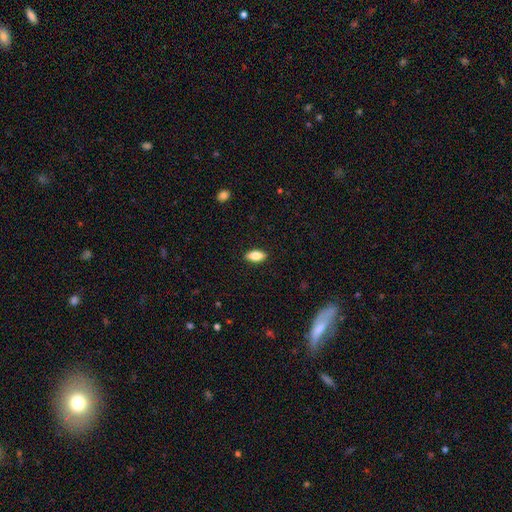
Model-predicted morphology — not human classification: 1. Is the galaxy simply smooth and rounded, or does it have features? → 79% smooth, 14% featured or disk, 7% star or artifact.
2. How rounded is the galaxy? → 88% in between, 9% cigar-shaped, 3% round.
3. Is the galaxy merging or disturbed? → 89% none, 8% minor disturbance, 2% major disturbance, 1% merger.